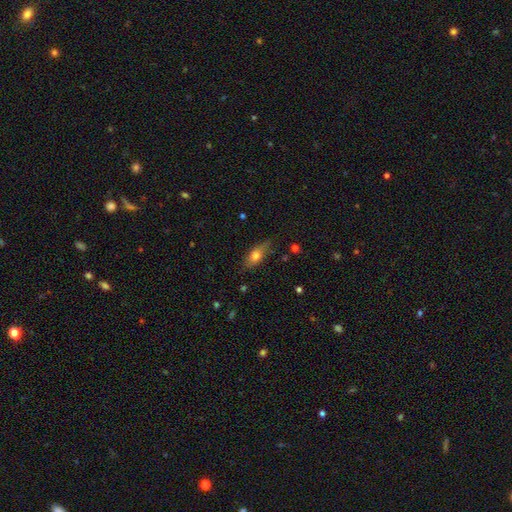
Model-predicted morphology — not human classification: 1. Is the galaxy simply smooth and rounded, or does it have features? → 62% smooth, 30% featured or disk, 8% star or artifact.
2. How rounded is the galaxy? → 65% in between, 30% cigar-shaped, 5% round.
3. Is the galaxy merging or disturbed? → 78% none, 17% minor disturbance, 3% major disturbance, 2% merger.